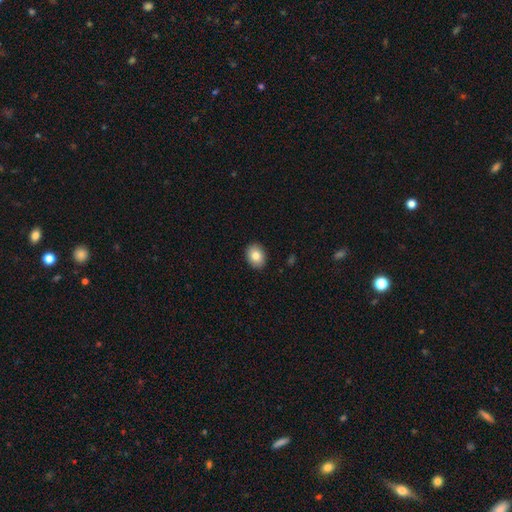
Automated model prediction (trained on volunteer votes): Morphology: type=smooth (82%); roundness=in between (57%); merging=none (91%).